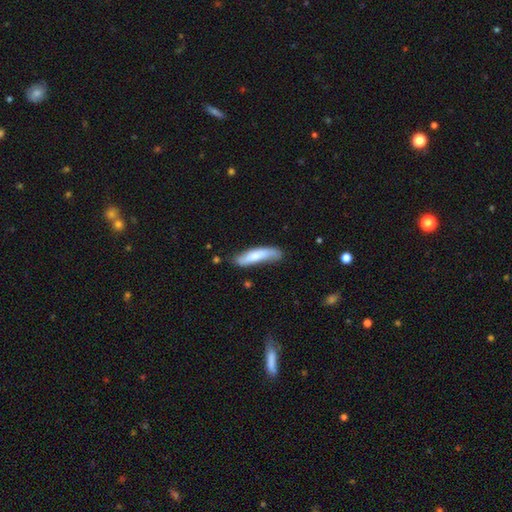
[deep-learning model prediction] smooth 71%, featured or disk 23%, star or artifact 5%. Down the decision tree: how rounded — cigar-shaped (75%); merging — none (62%).